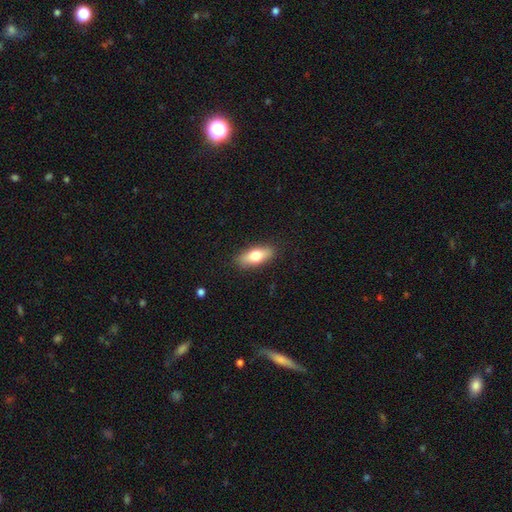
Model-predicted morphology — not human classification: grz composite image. It shows a smooth galaxy with no disk features (73%) that is in between round and cigar-shaped (76%). Merging: none (88%).